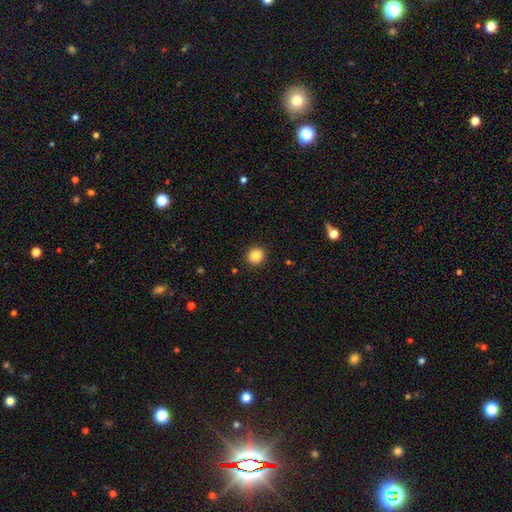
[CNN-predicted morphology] smooth_or_featured: smooth (p=0.85) [alt: star or artifact p=0.09]
how_rounded: round (p=0.84) [alt: in between p=0.15]
merging: none (p=0.91) [alt: minor disturbance p=0.06]